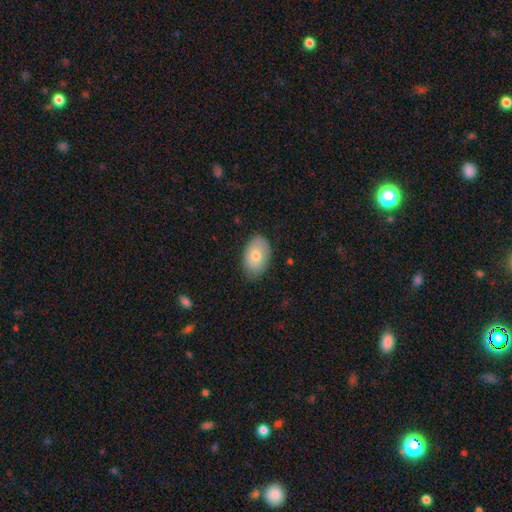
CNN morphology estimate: A smooth galaxy with no disk features (74%) that is in between round and cigar-shaped (89%). Merging: none (79%).